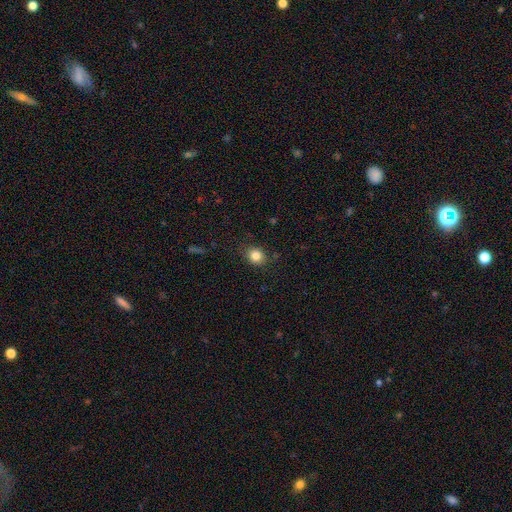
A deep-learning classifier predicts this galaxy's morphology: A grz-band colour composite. It shows a smooth galaxy with no disk features (83%) that is round (74%). Merging: none (84%).